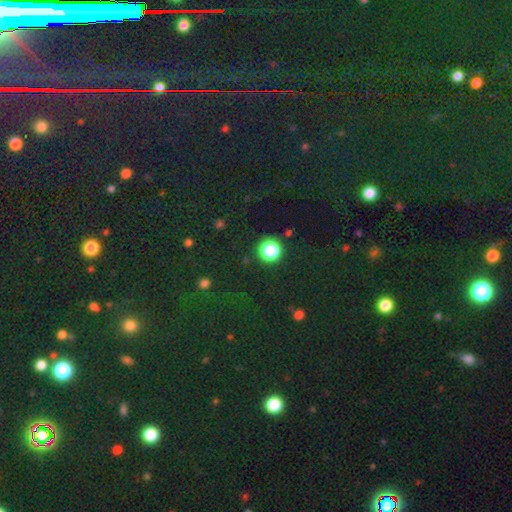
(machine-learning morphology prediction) star or artifact 69%, smooth 24%, featured or disk 7%.